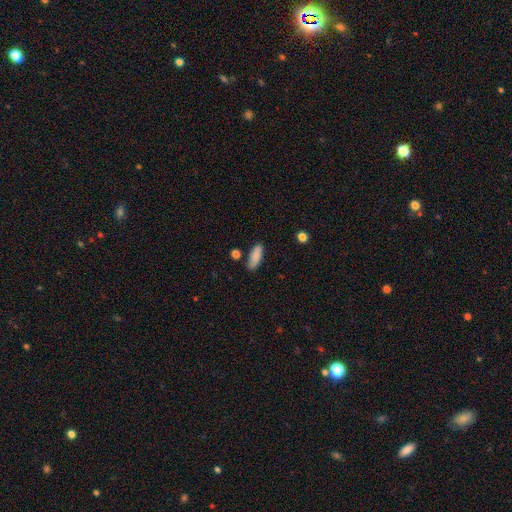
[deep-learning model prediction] Overall: smooth (86%). How rounded: in between (66%; cigar-shaped 32%). Merging: none (75%).